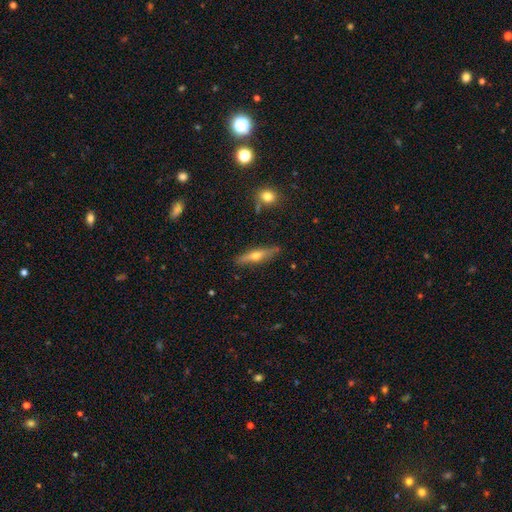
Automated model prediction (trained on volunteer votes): A featured or disk galaxy (58%) viewed edge-on (94%) with a rounded central bulge (93%). Merging: none (86%).